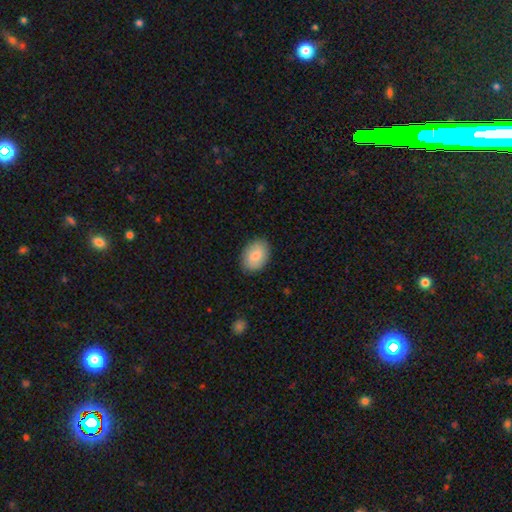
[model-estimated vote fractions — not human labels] This appears to be a smooth galaxy with no disk features (83%) that is in between round and cigar-shaped (83%). Merging: none (87%).